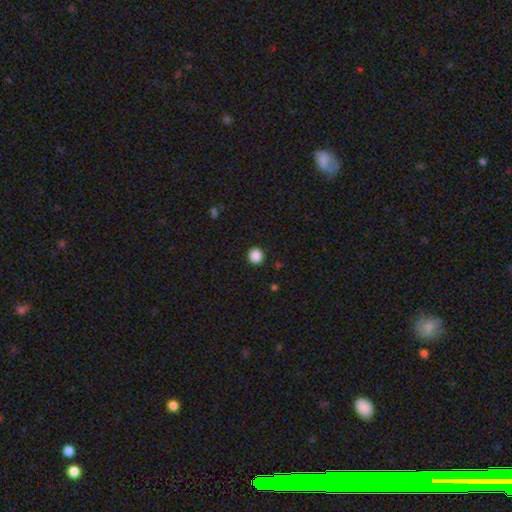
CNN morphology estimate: Q: Smooth or featured?
A: smooth (88%); runner-up: star or artifact (10%)
Q: How rounded?
A: round (93%); runner-up: in between (6%)
Q: Merging?
A: none (93%); runner-up: minor disturbance (5%)